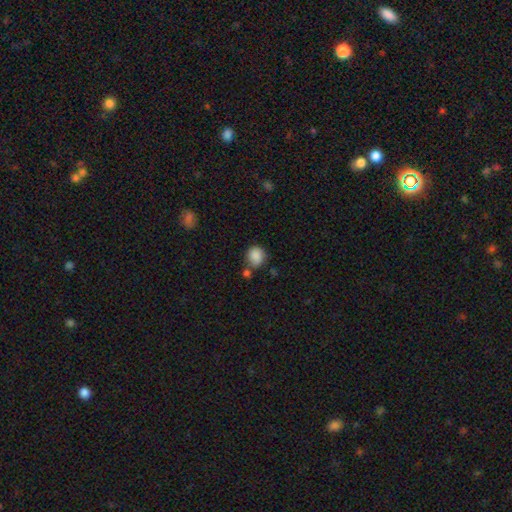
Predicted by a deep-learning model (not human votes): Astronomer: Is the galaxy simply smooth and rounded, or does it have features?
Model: smooth — 87%.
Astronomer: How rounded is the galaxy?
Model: round — 81%.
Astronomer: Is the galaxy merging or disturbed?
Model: none — 65%.